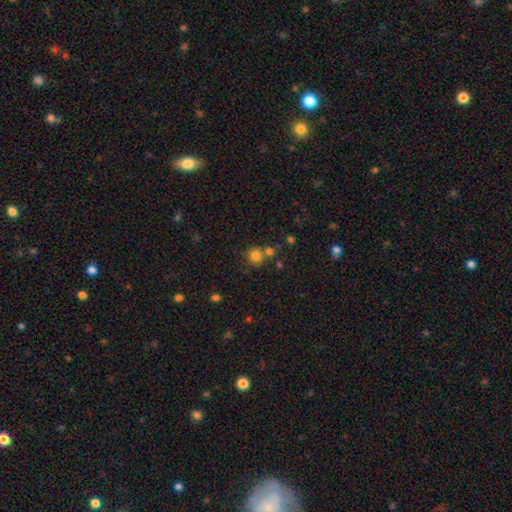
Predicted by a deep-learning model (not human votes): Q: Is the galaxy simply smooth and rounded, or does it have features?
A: smooth — 79%.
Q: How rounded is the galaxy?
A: round — 86%.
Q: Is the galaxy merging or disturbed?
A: none — 61%.